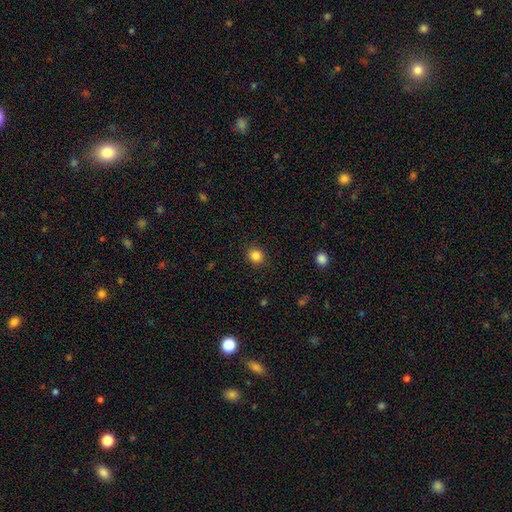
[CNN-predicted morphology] A smooth galaxy with no disk features (85%) that is round (85%). Merging: none (90%).